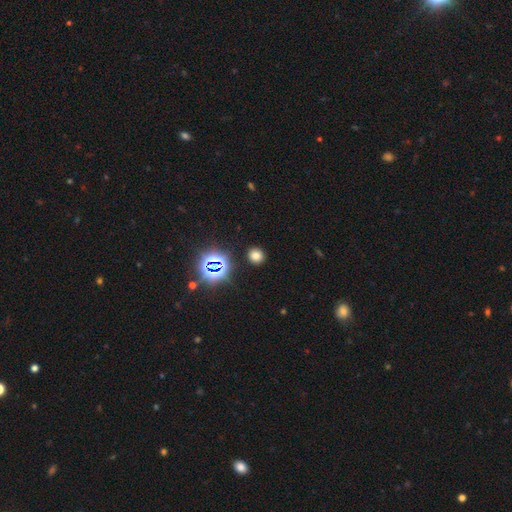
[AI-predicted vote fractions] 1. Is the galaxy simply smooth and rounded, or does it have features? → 71% smooth, 23% star or artifact, 6% featured or disk.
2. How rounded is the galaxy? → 85% round, 14% in between, 1% cigar-shaped.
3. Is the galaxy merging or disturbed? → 89% none, 6% minor disturbance, 3% major disturbance, 2% merger.